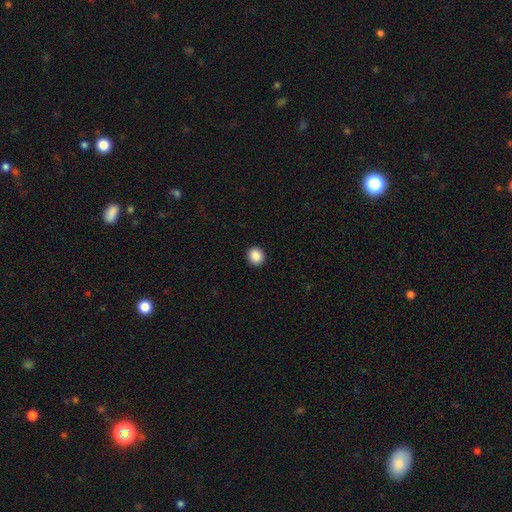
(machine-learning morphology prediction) Smooth or featured: smooth — 89% (star or artifact — 9%)
How rounded: round — 86% (in between — 13%)
Merging: none — 92% (minor disturbance — 5%)